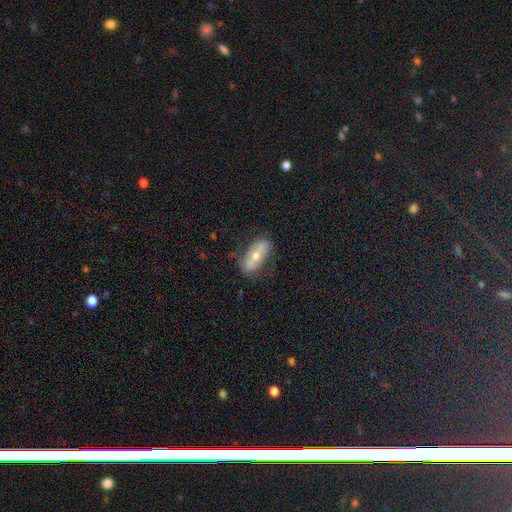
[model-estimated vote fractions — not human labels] Smooth or featured? smooth (50%)
How rounded? in between (82%)
Merging? none (75%)